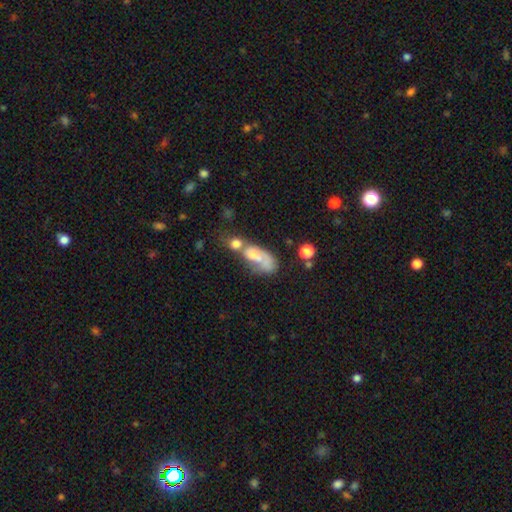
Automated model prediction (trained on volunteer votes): The model was most divided on "smooth or featured": smooth: 54%, featured or disk: 35%, star or artifact: 11%. More confident: how rounded — in between (75%); merging — merger (54%).